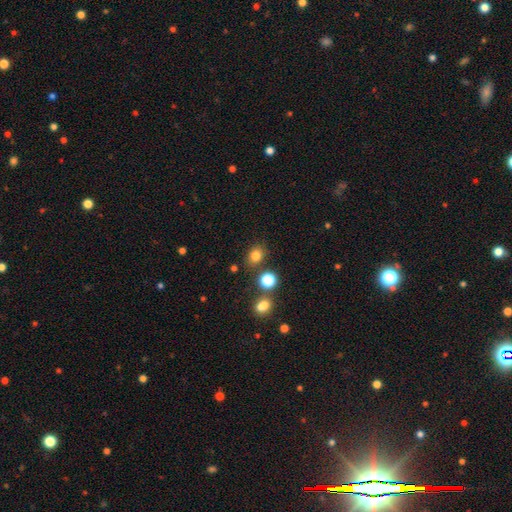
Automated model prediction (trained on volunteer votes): Smooth or featured?
  - smooth: 79% *
  - star or artifact: 15%
  - featured or disk: 6%
How rounded?
  - round: 60% *
  - in between: 39%
  - cigar-shaped: 1%
Merging?
  - none: 80% *
  - minor disturbance: 10%
  - merger: 7%
  - major disturbance: 3%